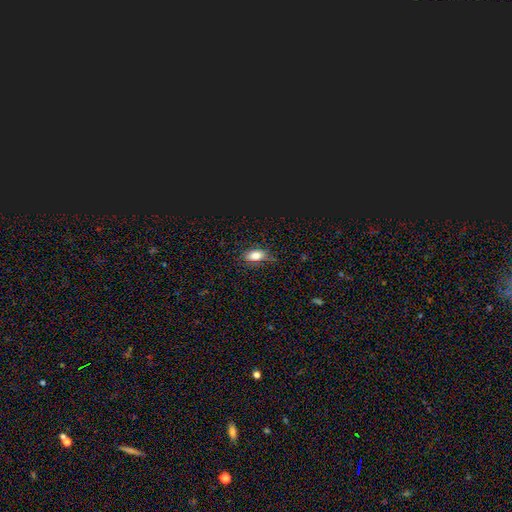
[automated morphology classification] Smooth or featured?
  - smooth: 79% *
  - star or artifact: 13%
  - featured or disk: 8%
How rounded?
  - in between: 86% *
  - round: 9%
  - cigar-shaped: 5%
Merging?
  - none: 79% *
  - minor disturbance: 16%
  - major disturbance: 4%
  - merger: 1%